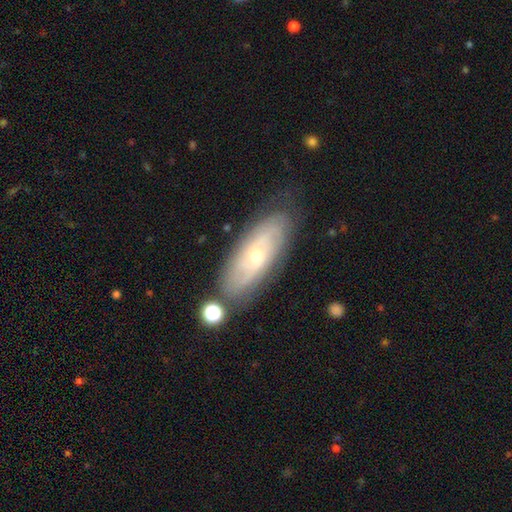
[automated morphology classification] type=featured or disk (71%); edge-on=no (86%); bar=no (71%); spiral arms=yes (87%); winding=tight (62%); arm count=can't tell (51%); bulge=small (58%); merging=none (76%).